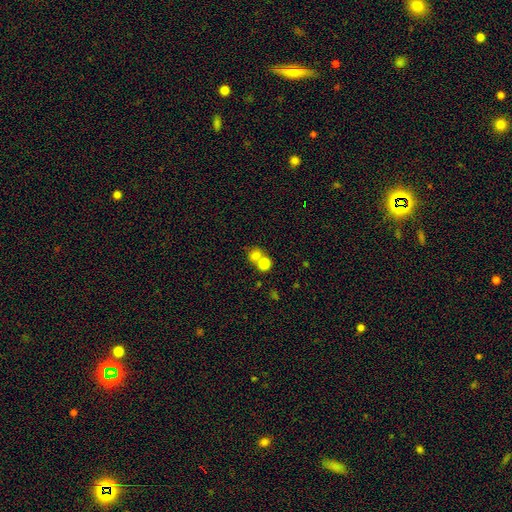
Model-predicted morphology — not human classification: Smooth or featured? Predicted: smooth (p=0.77). How rounded? Predicted: round (p=0.70). Merging? Predicted: merger (p=0.51).